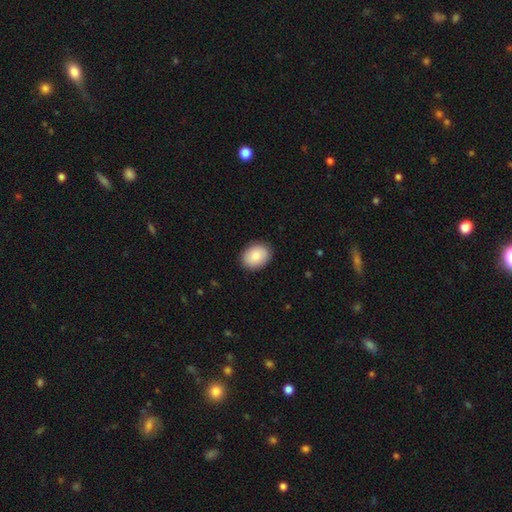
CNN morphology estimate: Smooth or featured? Predicted: smooth (p=0.88). How rounded? Predicted: in between (p=0.71). Merging? Predicted: none (p=0.89).